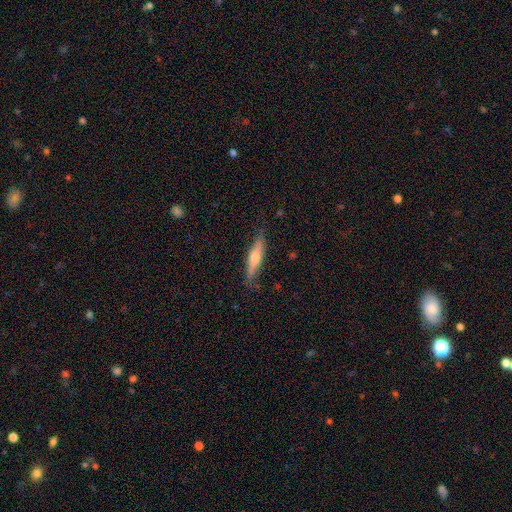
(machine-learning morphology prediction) A featured or disk galaxy (54%) viewed edge-on (94%) with a rounded central bulge (85%).

Vote fractions:
- Smooth or featured? featured or disk: 54% / smooth: 40% / star or artifact: 6%
- Edge-on disk? yes: 94% / no: 6%
- Edge-on bulge? rounded: 85% / none: 8% / boxy: 7%
- Merging? none: 83% / minor disturbance: 13% / major disturbance: 2% / merger: 1%